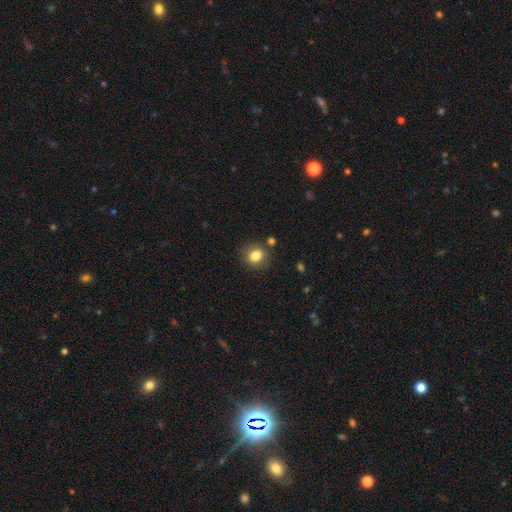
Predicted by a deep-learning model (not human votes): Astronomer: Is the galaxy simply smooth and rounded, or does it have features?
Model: smooth — 82%.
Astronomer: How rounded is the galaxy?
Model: round — 58% (runner-up: in between, 41%).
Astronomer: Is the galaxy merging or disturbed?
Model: none — 80%.